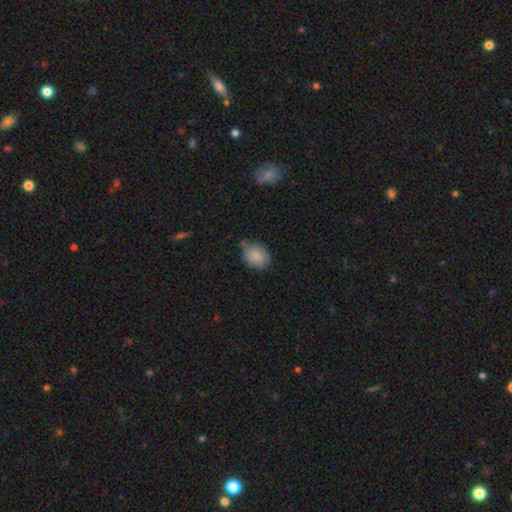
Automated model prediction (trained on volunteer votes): This appears to be a smooth galaxy with no disk features (85%) that is in between round and cigar-shaped (58%). Merging: none (61%).